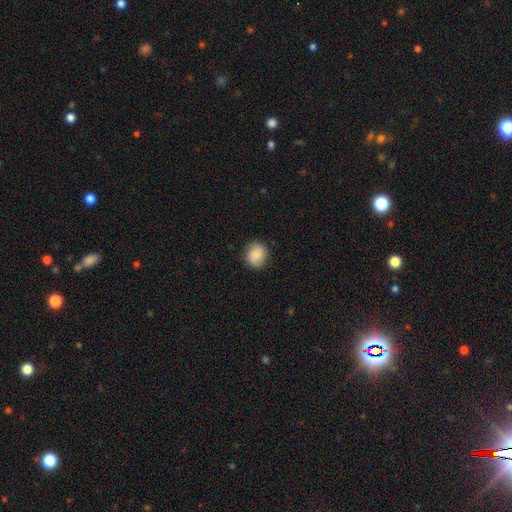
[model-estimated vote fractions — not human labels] A smooth galaxy with no disk features (83%) that is round (77%).

Vote fractions:
- Smooth or featured? smooth: 83% / featured or disk: 9% / star or artifact: 8%
- How rounded? round: 77% / in between: 22% / cigar-shaped: 1%
- Merging? none: 85% / minor disturbance: 12% / major disturbance: 3% / merger: 1%